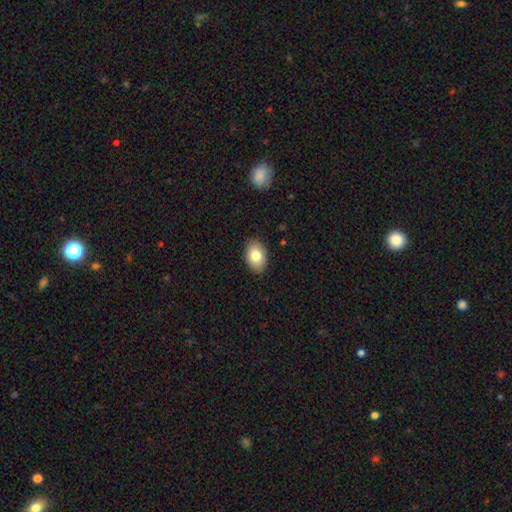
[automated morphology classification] This is clearly a smooth galaxy (81%). How rounded: clearly in between (88%). Merging: clearly none (88%).